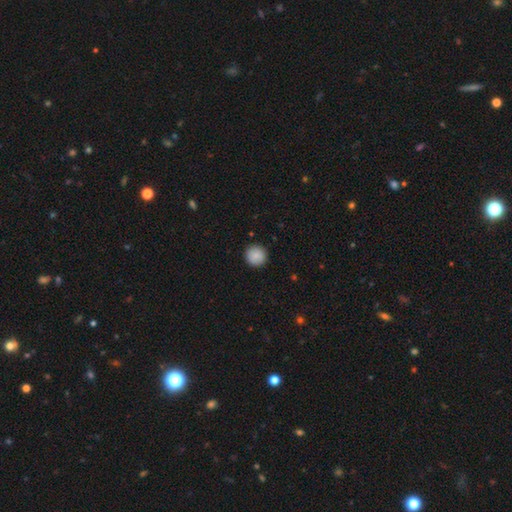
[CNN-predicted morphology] This is clearly a smooth galaxy (89%). How rounded: clearly round (96%). Merging: clearly none (92%).